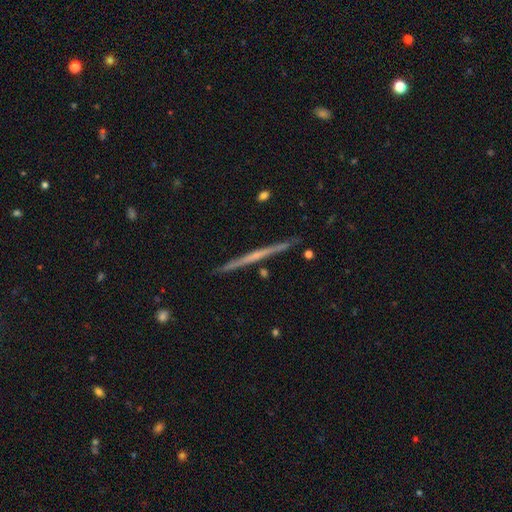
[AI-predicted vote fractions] Smooth or featured: featured or disk — 71% (smooth — 22%)
Edge-on disk: yes — 98% (no — 2%)
Edge-on bulge: none — 62% (rounded — 32%)
Merging: none — 91% (minor disturbance — 6%)